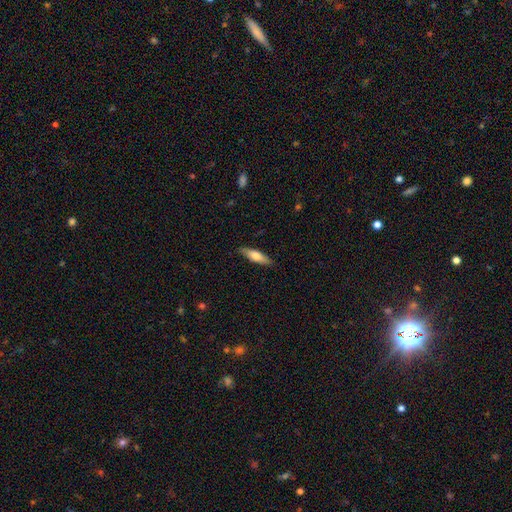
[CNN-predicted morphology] Smooth or featured? Predicted: smooth (p=0.66). How rounded? Predicted: cigar-shaped (p=0.62). Merging? Predicted: none (p=0.85).